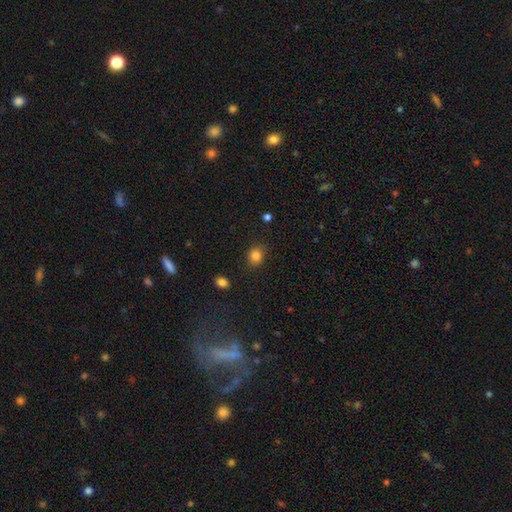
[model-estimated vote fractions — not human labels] Overall: smooth (84%). How rounded: round (65%; in between 34%). Merging: none (86%).